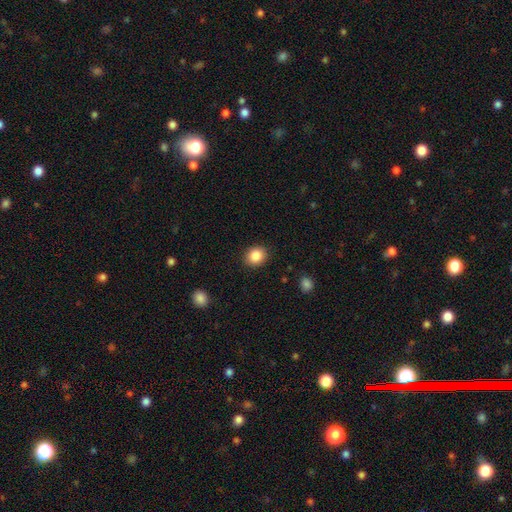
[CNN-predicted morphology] Smooth or featured? Predicted: smooth (p=0.86). How rounded? Predicted: round (p=0.71). Merging? Predicted: none (p=0.90).